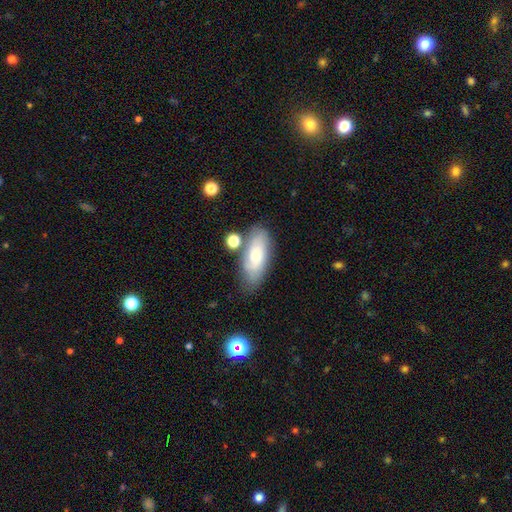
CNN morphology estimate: Smooth or featured? Predicted: smooth (p=0.61). How rounded? Predicted: in between (p=0.79). Merging? Predicted: none (p=0.62).